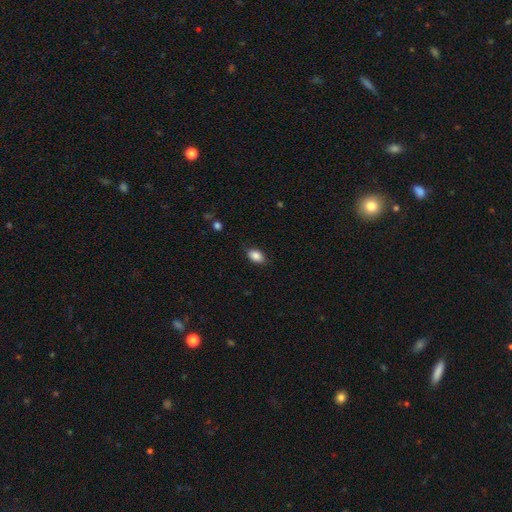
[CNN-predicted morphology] The model was most divided on "merging": none: 83%, minor disturbance: 13%, major disturbance: 3%, merger: 1%. More confident: how rounded — in between (89%); smooth or featured — smooth (88%).